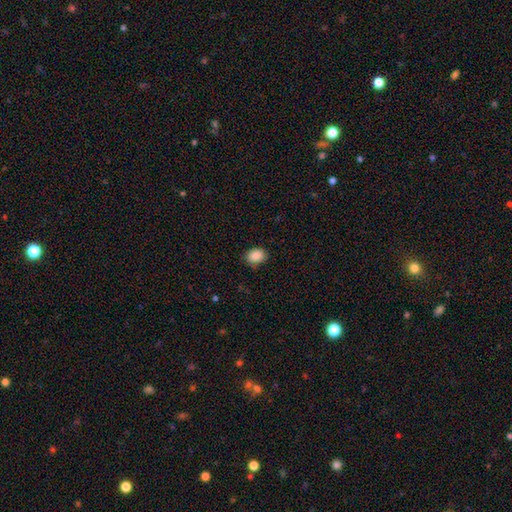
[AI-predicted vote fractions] Morphology: type=smooth (88%); roundness=in between (52%); merging=none (78%).